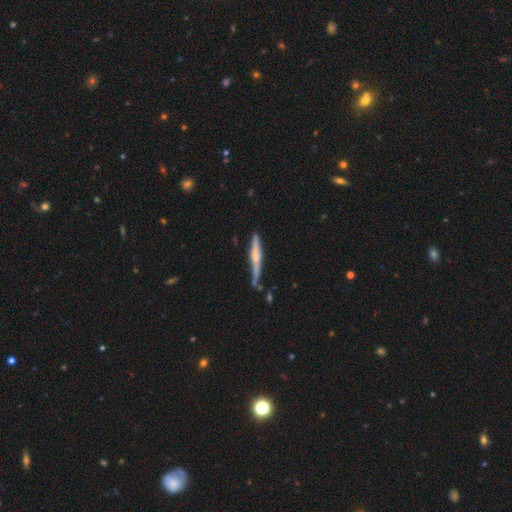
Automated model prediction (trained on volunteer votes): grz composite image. It shows a featured or disk galaxy (62%) viewed edge-on (95%) with a rounded central bulge (72%). Merging: none (66%).